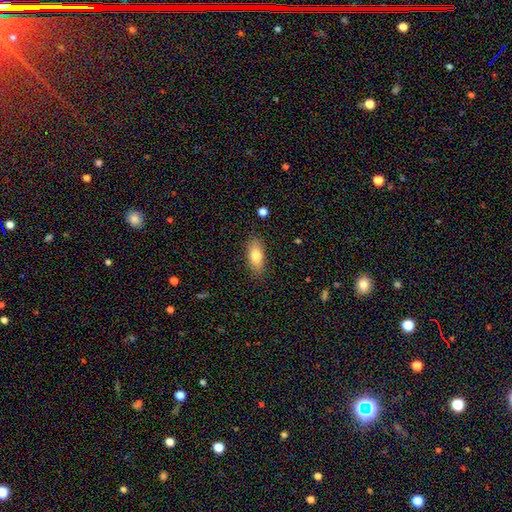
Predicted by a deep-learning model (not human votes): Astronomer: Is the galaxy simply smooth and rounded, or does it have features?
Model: smooth — 81%.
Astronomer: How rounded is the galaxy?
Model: in between — 84%.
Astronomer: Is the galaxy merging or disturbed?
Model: none — 86%.